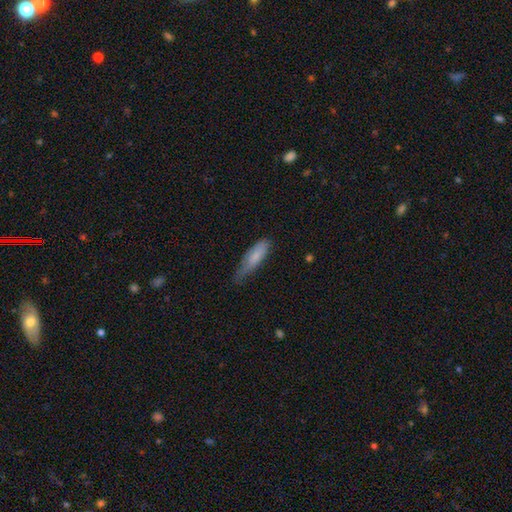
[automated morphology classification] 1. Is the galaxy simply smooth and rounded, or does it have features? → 77% smooth, 17% featured or disk, 6% star or artifact.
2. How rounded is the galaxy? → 55% cigar-shaped, 43% in between, 2% round.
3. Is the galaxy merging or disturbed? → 43% minor disturbance (tied), 43% none (tied), 12% major disturbance, 2% merger.